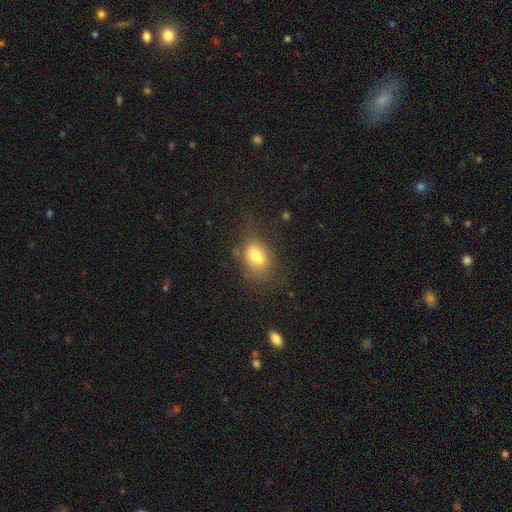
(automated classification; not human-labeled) This appears to be a smooth galaxy with no disk features (72%) that is in between round and cigar-shaped (75%). Merging: none (46%).